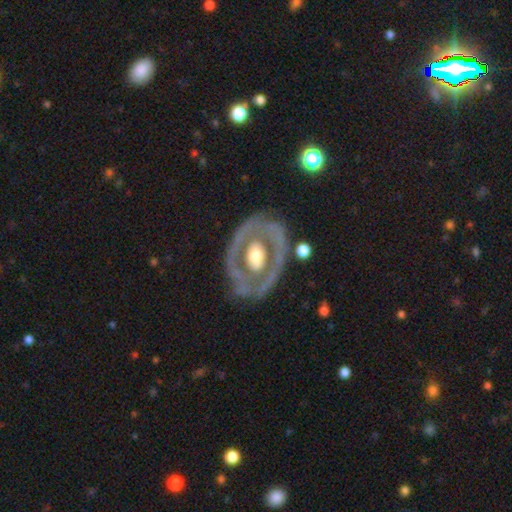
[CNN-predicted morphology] smooth-or-featured: featured or disk: 70% | smooth: 26% | star or artifact: 4%
  disk-edge-on: no: 94% | yes: 6%
    bar: no: 75% | weak: 15% | strong: 10%
    has-spiral-arms: no: 76% | yes: 24%
    bulge-size: moderate: 61% | large: 28% | small: 7% | dominant: 2% | none: 1%
  merging: none: 67% | minor disturbance: 18% | major disturbance: 12% | merger: 3%